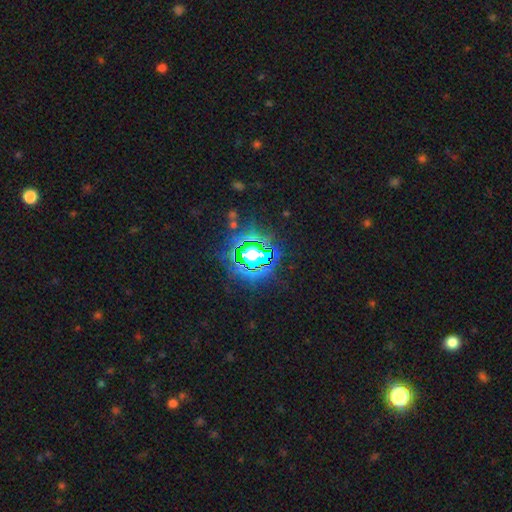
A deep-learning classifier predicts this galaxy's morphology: Overall: star or artifact (75%).